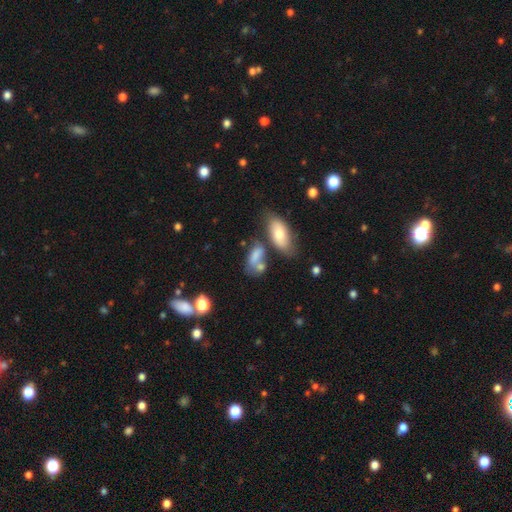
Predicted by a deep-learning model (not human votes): This is likely a smooth galaxy (71%). How rounded: clearly in between (84%). Merging: marginally merger (36%).